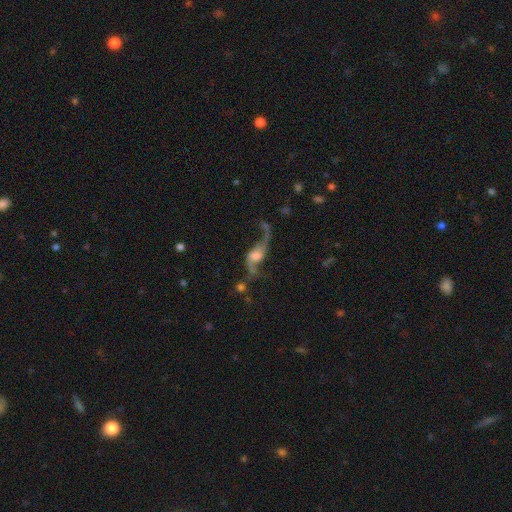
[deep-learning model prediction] Smooth or featured? featured or disk (76%)
Edge-on disk? no (91%)
Bar? no (48%)
Spiral arms? yes (89%)
Spiral winding? loose (93%)
Spiral arm count? 2 (87%)
Bulge size? moderate (32%)
Merging? none (40%)